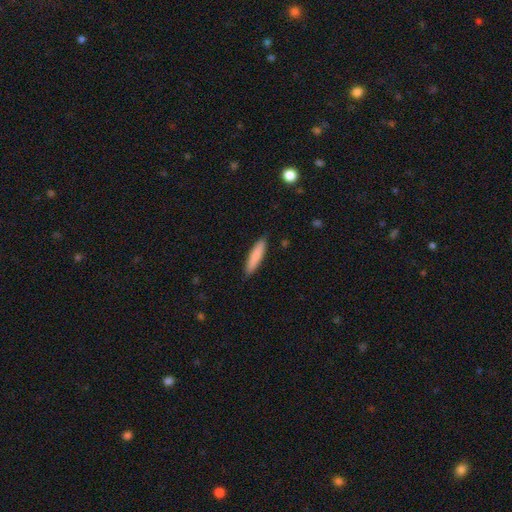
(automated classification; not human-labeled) Smooth or featured? Predicted: smooth (p=0.84). How rounded? Predicted: cigar-shaped (p=0.83). Merging? Predicted: none (p=0.88).